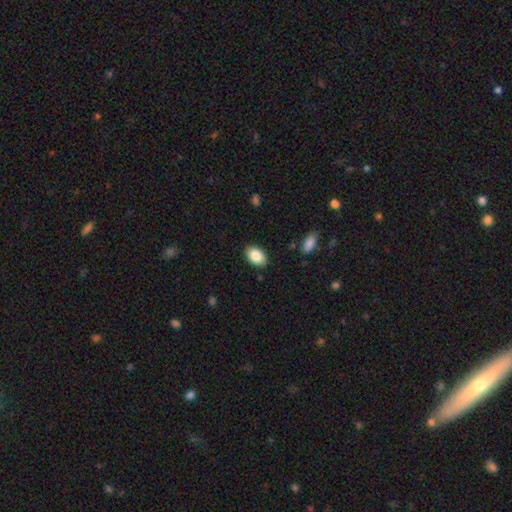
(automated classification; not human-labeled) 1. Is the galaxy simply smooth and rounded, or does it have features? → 85% smooth, 8% featured or disk, 7% star or artifact.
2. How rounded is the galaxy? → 89% in between, 10% round, 1% cigar-shaped.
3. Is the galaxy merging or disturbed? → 88% none, 9% minor disturbance, 2% major disturbance, 1% merger.